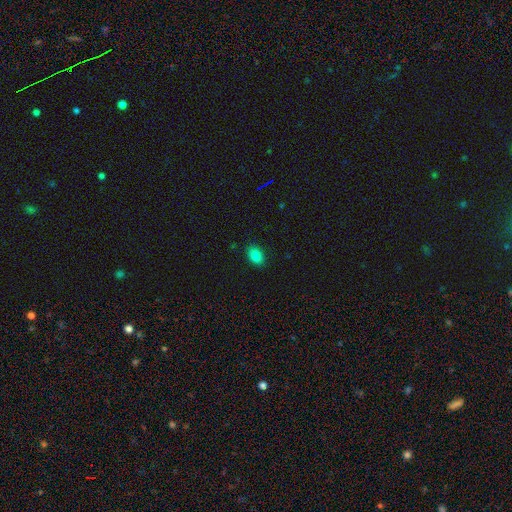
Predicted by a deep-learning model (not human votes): This appears to be a smooth galaxy with no disk features (85%) that is in between round and cigar-shaped (87%). Merging: none (88%).